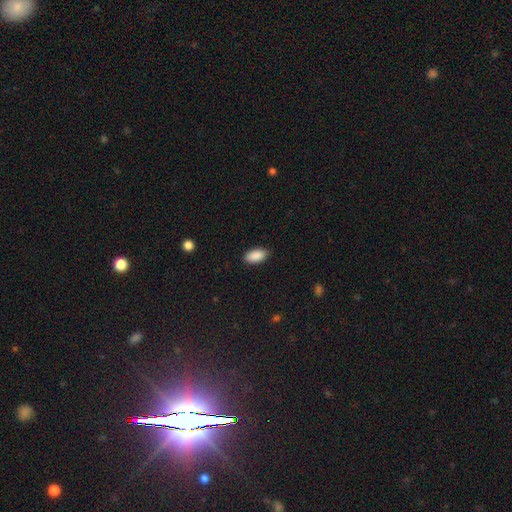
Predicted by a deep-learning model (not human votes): A smooth galaxy with no disk features (90%) that is in between round and cigar-shaped (93%).

Vote fractions:
- Smooth or featured? smooth: 90% / star or artifact: 7% / featured or disk: 3%
- How rounded? in between: 93% / cigar-shaped: 4% / round: 2%
- Merging? none: 88% / minor disturbance: 9% / major disturbance: 2% / merger: 1%